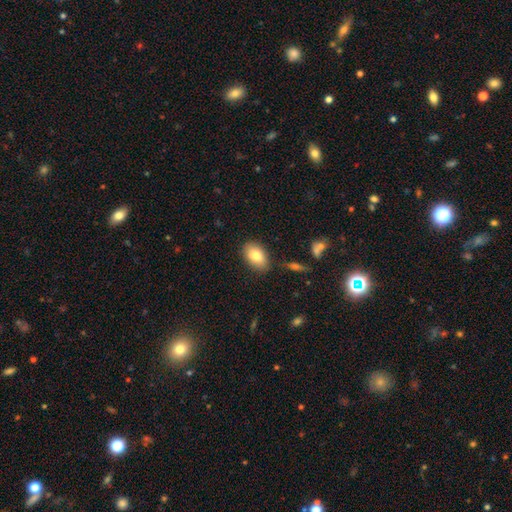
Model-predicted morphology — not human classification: smooth_or_featured: smooth (p=0.81) [alt: featured or disk p=0.11]
how_rounded: in between (p=0.89) [alt: round p=0.09]
merging: none (p=0.84) [alt: minor disturbance p=0.11]